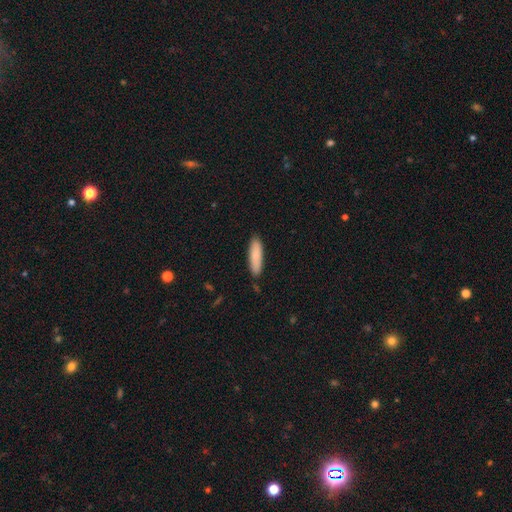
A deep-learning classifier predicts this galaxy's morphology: Overall: smooth (83%). How rounded: cigar-shaped (64%; in between 34%). Merging: none (87%).